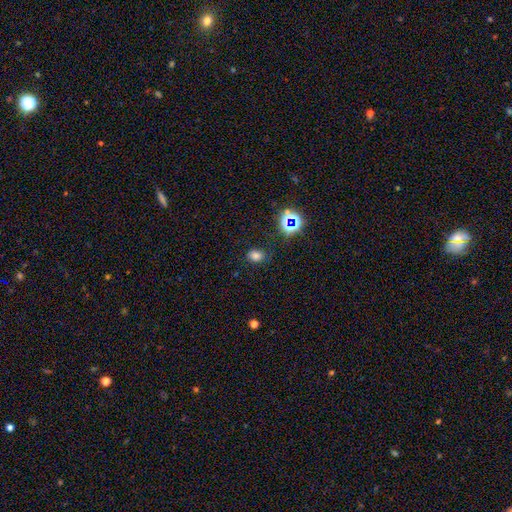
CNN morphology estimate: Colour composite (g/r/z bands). It shows a smooth galaxy with no disk features (71%) that is in between round and cigar-shaped (64%). Merging: none (79%).